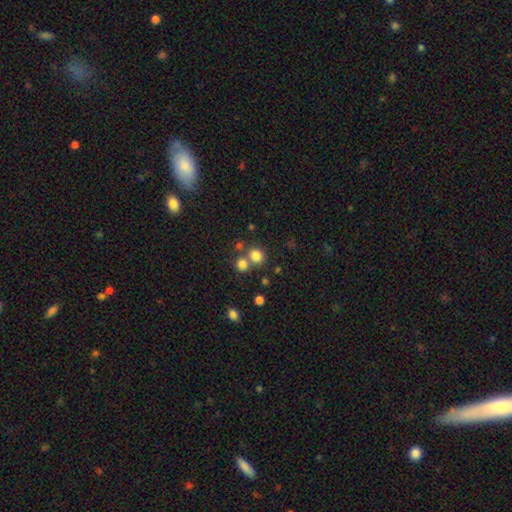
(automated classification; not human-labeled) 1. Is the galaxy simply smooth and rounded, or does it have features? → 79% smooth, 14% star or artifact, 7% featured or disk.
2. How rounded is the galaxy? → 79% round, 20% in between, 1% cigar-shaped.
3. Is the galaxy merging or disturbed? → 59% none, 29% merger, 8% minor disturbance, 4% major disturbance.